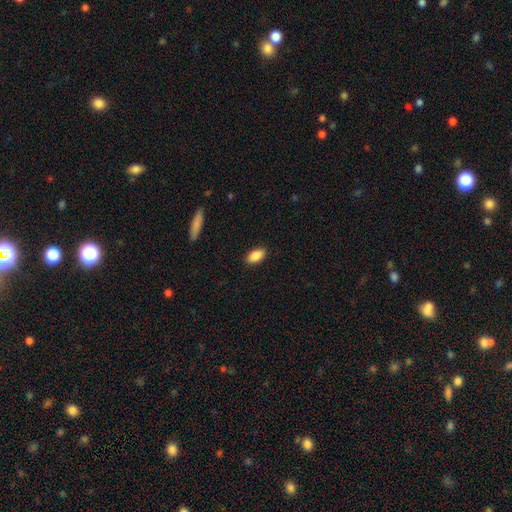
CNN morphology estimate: Smooth or featured?
  - smooth: 89% *
  - star or artifact: 7%
  - featured or disk: 4%
How rounded?
  - in between: 92% *
  - cigar-shaped: 4%
  - round: 4%
Merging?
  - none: 88% *
  - minor disturbance: 9%
  - major disturbance: 2%
  - merger: 1%